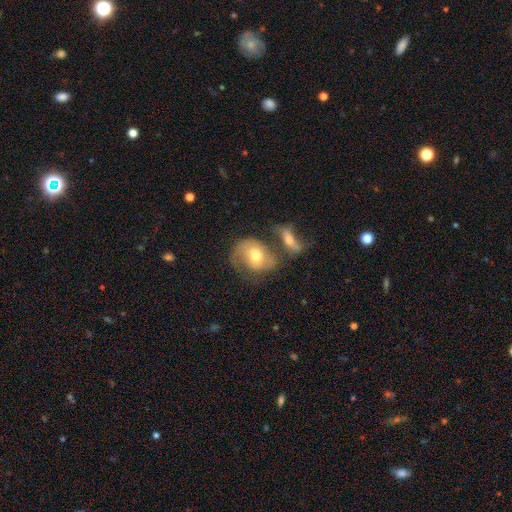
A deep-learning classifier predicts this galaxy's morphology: Smooth or featured: featured or disk — 47% (smooth — 46%)
Merging: merger — 35% (none — 32%)